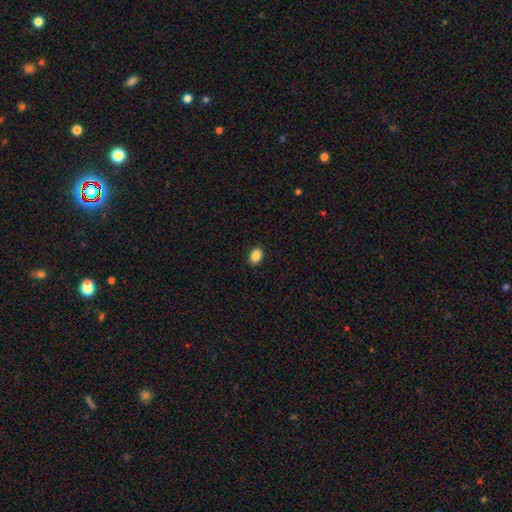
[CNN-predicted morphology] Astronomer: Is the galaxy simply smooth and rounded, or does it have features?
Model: smooth — 88%.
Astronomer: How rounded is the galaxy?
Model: in between — 82%.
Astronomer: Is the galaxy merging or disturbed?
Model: none — 90%.